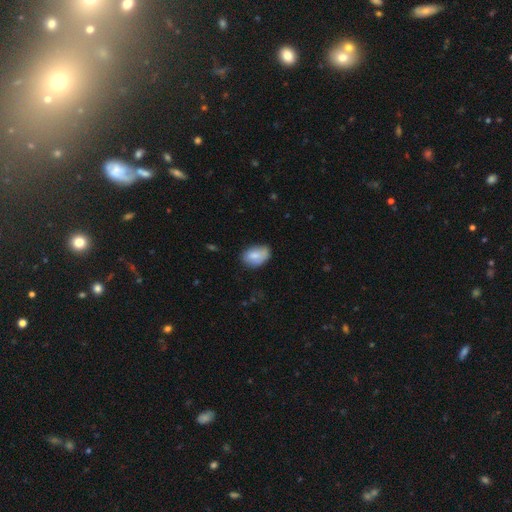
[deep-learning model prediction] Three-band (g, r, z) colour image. It shows a smooth galaxy with no disk features (79%) that is in between round and cigar-shaped (88%). Merging: none (64%).